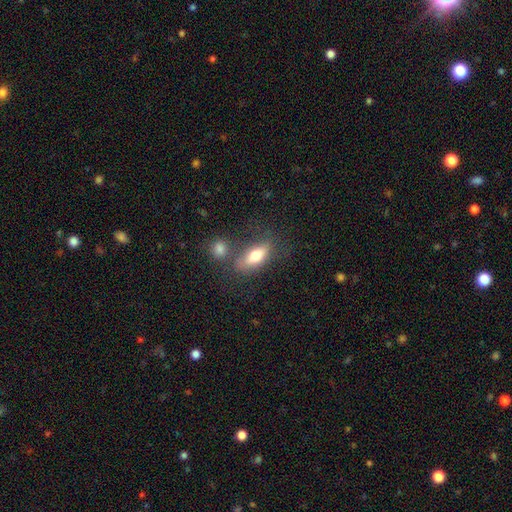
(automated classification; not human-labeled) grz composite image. It shows a smooth galaxy with no disk features (71%) that is in between round and cigar-shaped (76%). Merging: none (59%).